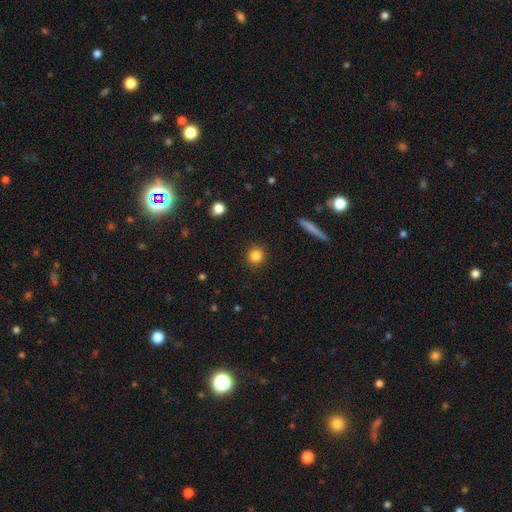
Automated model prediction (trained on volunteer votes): smooth_or_featured: smooth (p=0.85) [alt: star or artifact p=0.10]
how_rounded: round (p=0.94) [alt: in between p=0.05]
merging: none (p=0.91) [alt: minor disturbance p=0.05]